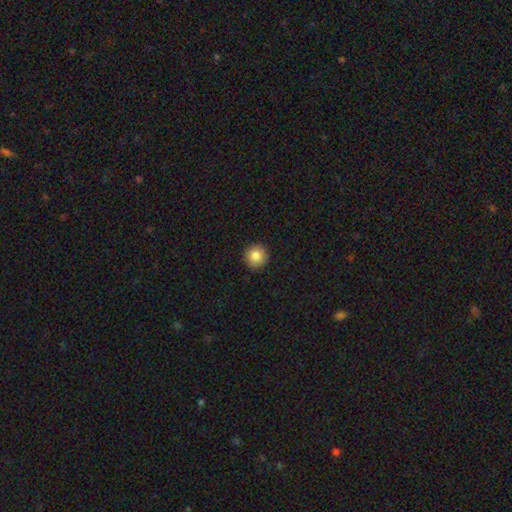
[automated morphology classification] Smooth or featured?
  - smooth: 84% *
  - star or artifact: 9%
  - featured or disk: 7%
How rounded?
  - round: 95% *
  - in between: 4%
  - cigar-shaped: 1%
Merging?
  - none: 92% *
  - minor disturbance: 5%
  - major disturbance: 2%
  - merger: 1%